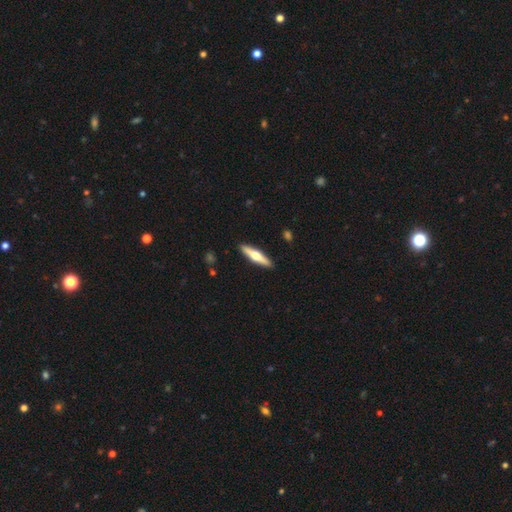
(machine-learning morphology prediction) smooth-or-featured: featured or disk: 57% | smooth: 38% | star or artifact: 5%
  disk-edge-on: yes: 95% | no: 5%
    edge-on-bulge: rounded: 94% | none: 3% | boxy: 3%
  merging: none: 91% | minor disturbance: 6% | major disturbance: 1% | merger: 1%